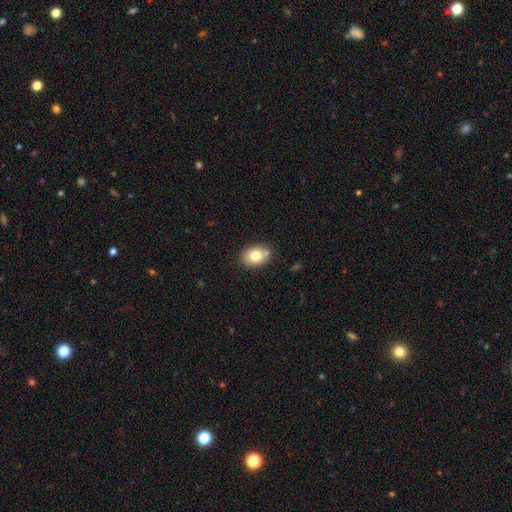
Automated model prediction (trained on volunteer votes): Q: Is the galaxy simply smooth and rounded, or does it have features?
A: smooth — 78%.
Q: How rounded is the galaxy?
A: in between — 65%.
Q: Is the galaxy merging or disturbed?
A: none — 77%.